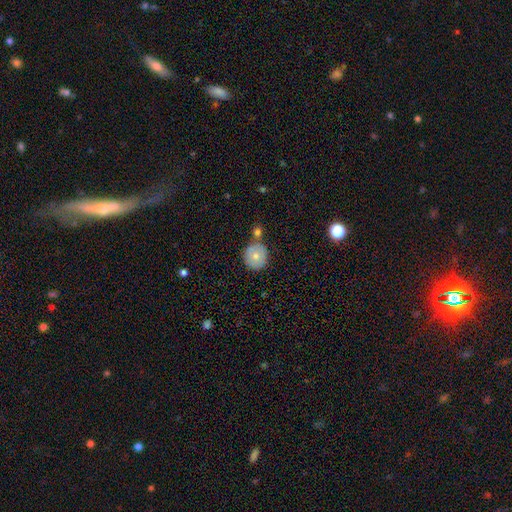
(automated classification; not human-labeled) Overall: smooth (73%). How rounded: round (90%). Merging: none (67%).